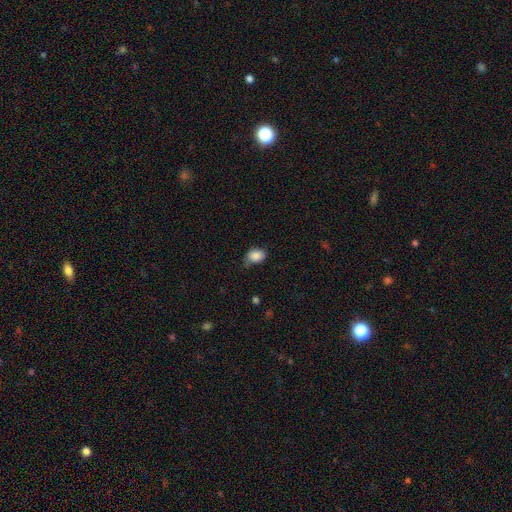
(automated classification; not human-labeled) This appears to be a smooth galaxy with no disk features (87%) that is in between round and cigar-shaped (73%). Merging: none (56%).